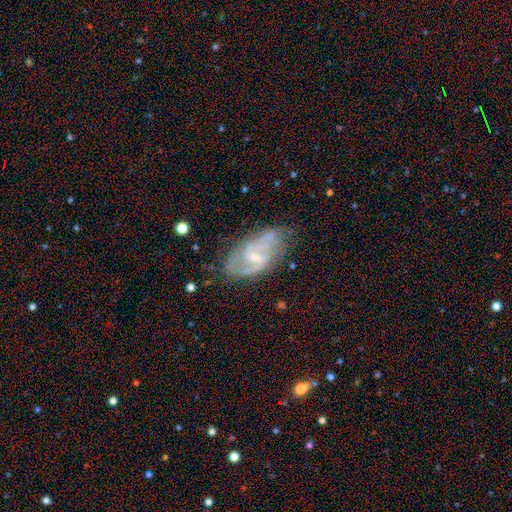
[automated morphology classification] Smooth or featured: featured or disk — 75% (smooth — 18%)
Edge-on disk: no — 95% (yes — 5%)
Bar: weak — 55% (no — 25%)
Spiral arms: yes — 81% (no — 19%)
Spiral winding: medium — 45% (loose — 30%)
Spiral arm count: 2 — 57% (can't tell — 27%)
Bulge size: small — 52% (none — 23%)
Merging: none — 60% (minor disturbance — 24%)